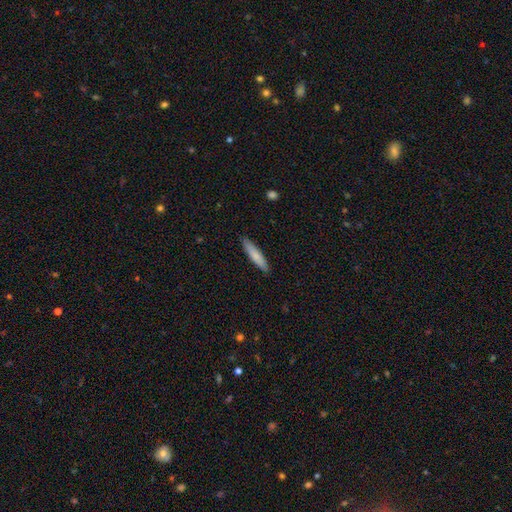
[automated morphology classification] type=smooth (77%); roundness=cigar-shaped (86%); merging=none (89%).